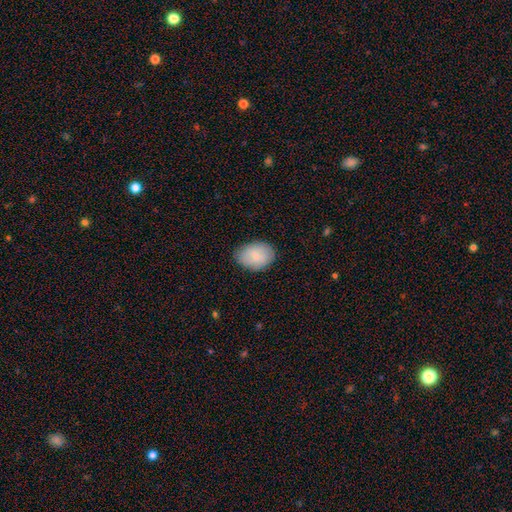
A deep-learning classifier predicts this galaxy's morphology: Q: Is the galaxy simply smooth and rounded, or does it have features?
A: smooth — 82%.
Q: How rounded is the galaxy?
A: in between — 82%.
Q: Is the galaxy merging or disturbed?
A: none — 81%.